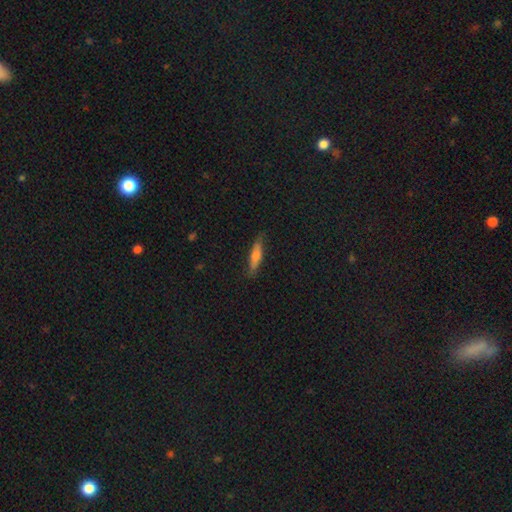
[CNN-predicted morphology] A smooth galaxy with no disk features (54%) that is cigar-shaped (78%). Merging: none (81%).